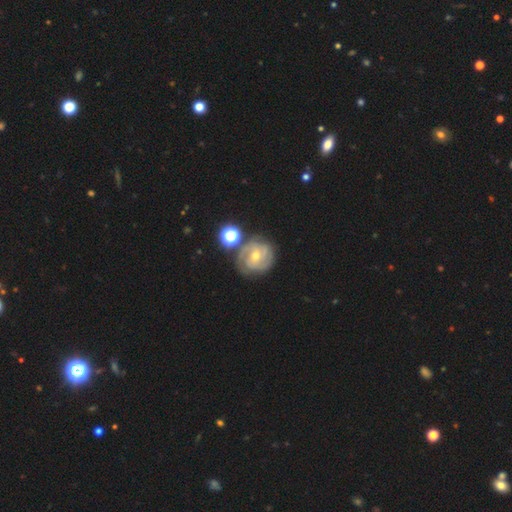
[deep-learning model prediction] smooth_or_featured: featured or disk (p=0.78) [alt: smooth p=0.13]
disk_edge_on: no (p=0.98) [alt: yes p=0.02]
bar: no (p=0.52) [alt: weak p=0.37]
has_spiral_arms: yes (p=0.94) [alt: no p=0.06]
spiral_winding: tight (p=0.69) [alt: medium p=0.26]
spiral_arm_count: 2 (p=0.30) [alt: 3 p=0.29]
bulge_size: moderate (p=0.55) [alt: small p=0.41]
merging: none (p=0.70) [alt: minor disturbance p=0.15]